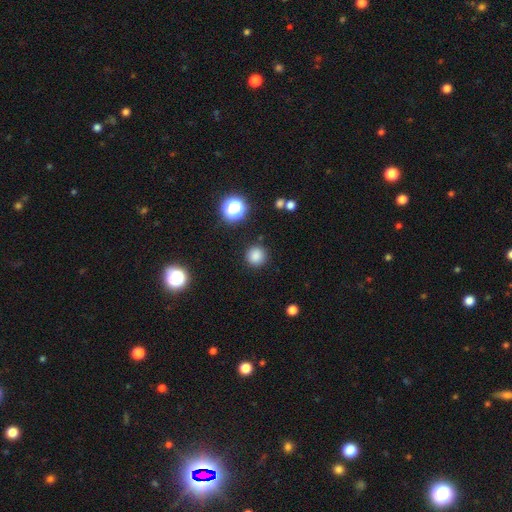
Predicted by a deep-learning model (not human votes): smooth_or_featured: smooth (p=0.82) [alt: star or artifact p=0.14]
how_rounded: round (p=0.95) [alt: in between p=0.04]
merging: none (p=0.90) [alt: minor disturbance p=0.06]